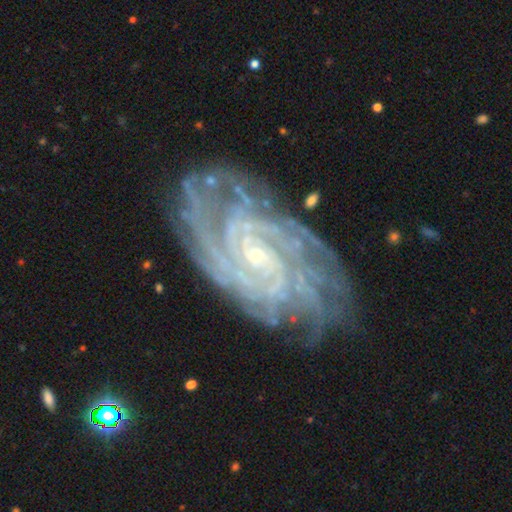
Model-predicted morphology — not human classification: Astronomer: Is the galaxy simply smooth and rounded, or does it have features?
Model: featured or disk — 90%.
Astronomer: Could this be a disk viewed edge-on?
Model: no — 96%.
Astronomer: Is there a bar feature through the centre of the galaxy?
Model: no — 48% (runner-up: weak, 38%).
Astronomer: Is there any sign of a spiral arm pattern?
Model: yes — 98%.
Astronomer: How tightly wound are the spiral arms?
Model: tight — 77%.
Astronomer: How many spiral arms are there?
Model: more than 4 — 22%, tied with can't tell and 4 at 22%.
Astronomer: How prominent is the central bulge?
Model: small — 82%.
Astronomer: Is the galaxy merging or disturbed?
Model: none — 80%.